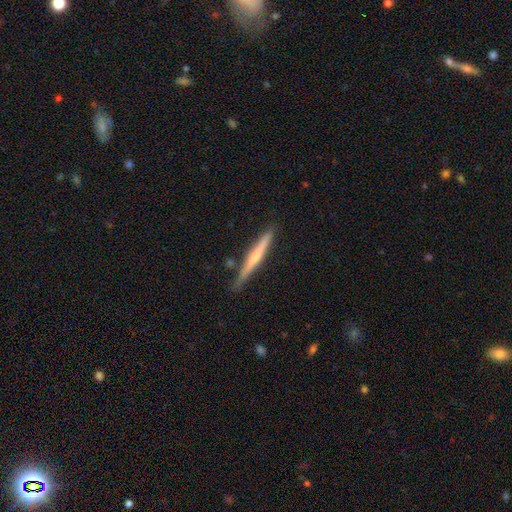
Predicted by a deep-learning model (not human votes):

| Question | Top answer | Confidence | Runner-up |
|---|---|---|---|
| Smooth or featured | featured or disk | 55% | smooth (40%) |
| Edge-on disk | yes | 97% | no (3%) |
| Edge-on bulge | rounded | 52% | none (41%) |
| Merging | none | 81% | minor disturbance (14%) |